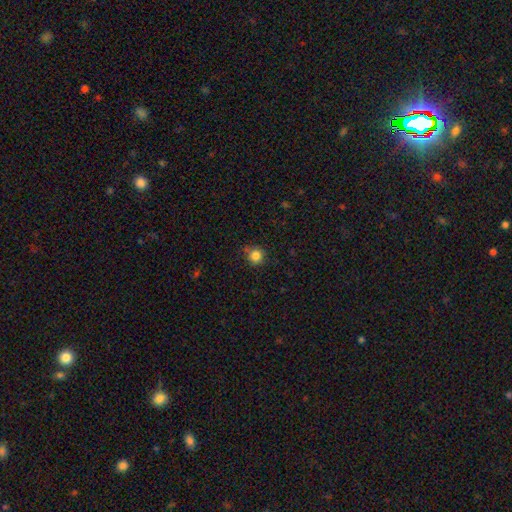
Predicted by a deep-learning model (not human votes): smooth_or_featured: smooth (p=0.84) [alt: star or artifact p=0.12]
how_rounded: round (p=0.93) [alt: in between p=0.06]
merging: none (p=0.82) [alt: minor disturbance p=0.12]